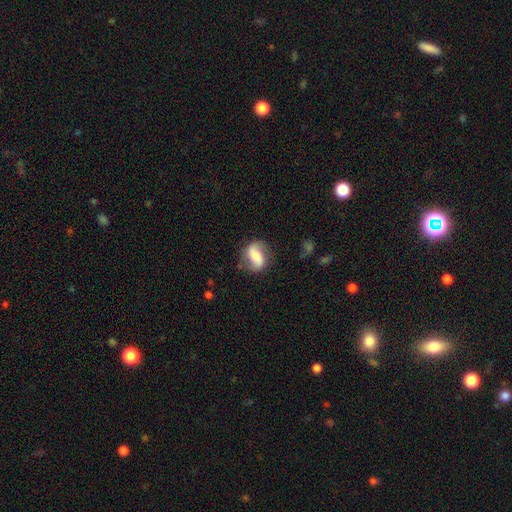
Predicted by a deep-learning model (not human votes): Smooth or featured? featured or disk (52%)
Edge-on disk? no (94%)
Merging? none (69%)